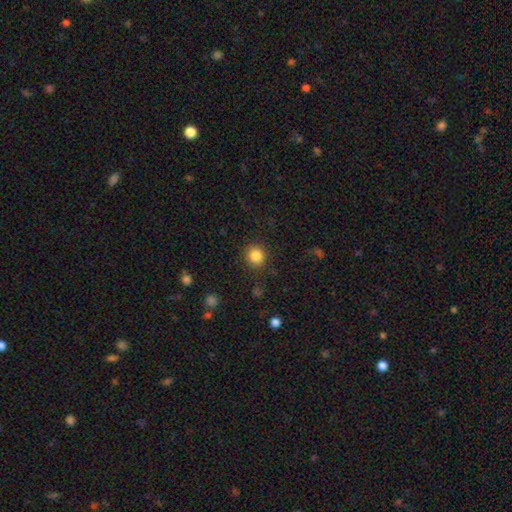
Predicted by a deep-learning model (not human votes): This appears to be a smooth galaxy with no disk features (85%) that is round (89%). Merging: none (89%).